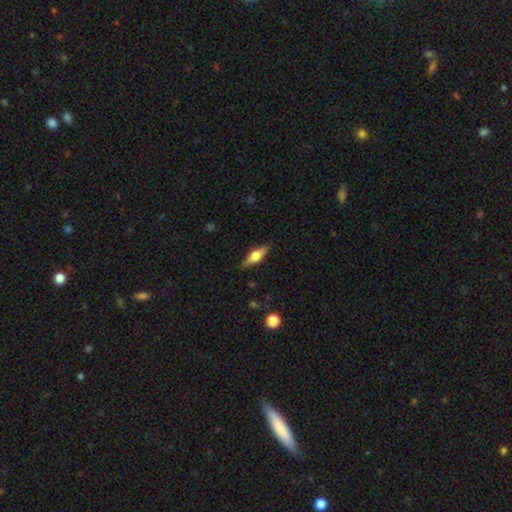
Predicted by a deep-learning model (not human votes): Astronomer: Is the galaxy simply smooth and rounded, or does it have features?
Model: featured or disk — 54% (runner-up: smooth, 39%).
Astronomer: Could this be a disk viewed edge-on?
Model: yes — 94%.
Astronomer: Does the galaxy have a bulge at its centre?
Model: rounded — 91%.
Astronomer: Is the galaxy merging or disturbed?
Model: none — 86%.